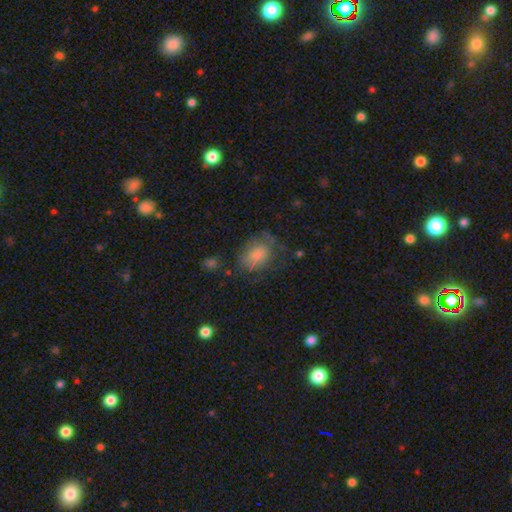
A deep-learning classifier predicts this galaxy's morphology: Smooth or featured: smooth — 69% (featured or disk — 20%)
How rounded: in between — 67% (round — 32%)
Merging: none — 55% (minor disturbance — 26%)